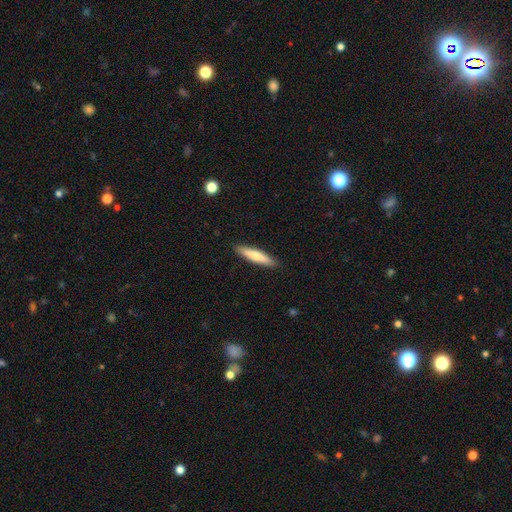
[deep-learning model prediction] The model was most divided on "smooth or featured": smooth: 67%, featured or disk: 28%, star or artifact: 5%. More confident: merging — none (90%); how rounded — cigar-shaped (85%).